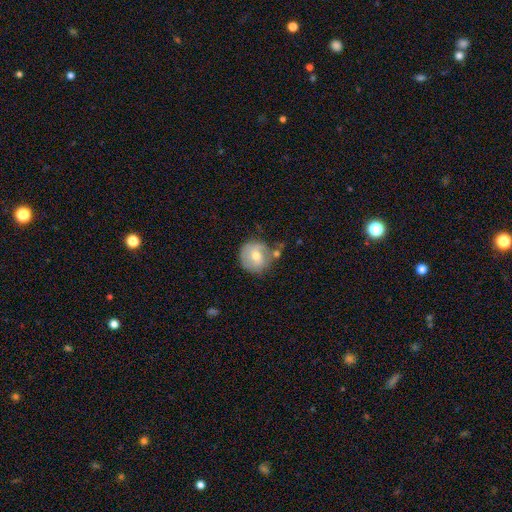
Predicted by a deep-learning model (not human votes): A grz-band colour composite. It shows a smooth galaxy with no disk features (59%) that is round (91%). Merging: none (63%).